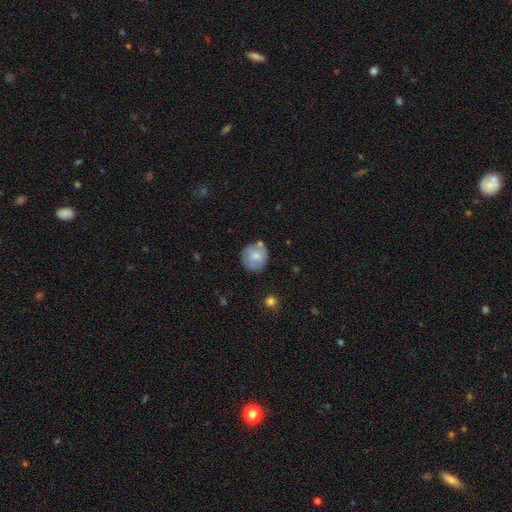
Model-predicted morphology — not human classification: type=smooth (63%); roundness=round (83%); merging=none (68%).